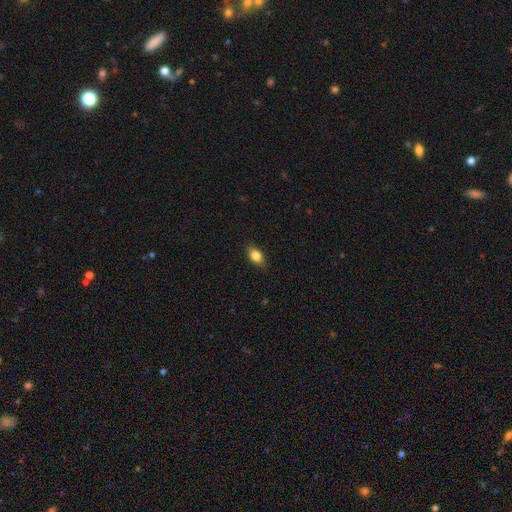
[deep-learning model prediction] Q: Smooth or featured?
A: smooth (83%); runner-up: featured or disk (9%)
Q: How rounded?
A: in between (84%); runner-up: round (12%)
Q: Merging?
A: none (85%); runner-up: minor disturbance (11%)